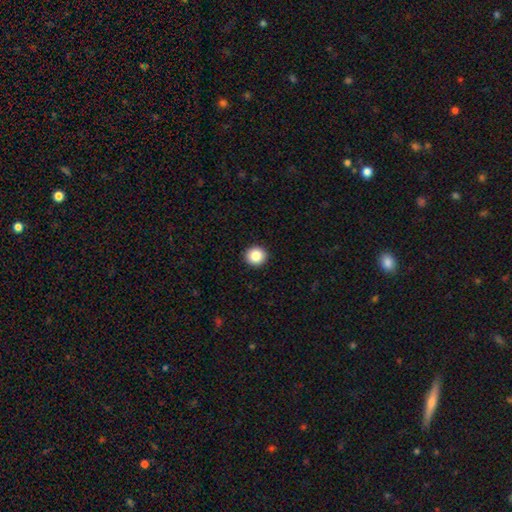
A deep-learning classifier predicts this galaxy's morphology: The model was most divided on "smooth or featured": smooth: 86%, star or artifact: 9%, featured or disk: 5%. More confident: merging — none (94%); how rounded — round (93%).